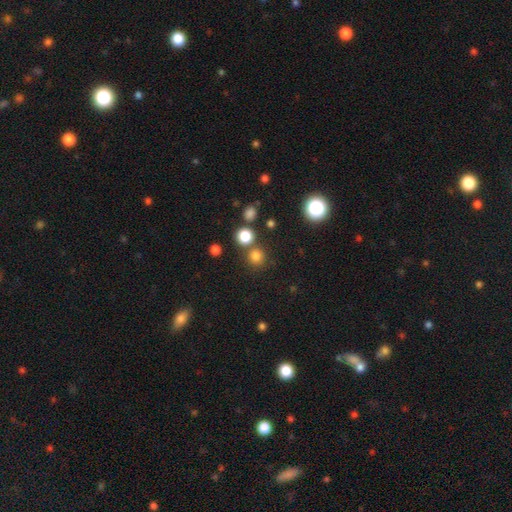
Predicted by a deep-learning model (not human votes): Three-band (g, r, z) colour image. It shows a smooth galaxy with no disk features (77%) that is round (93%). Merging: none (75%).